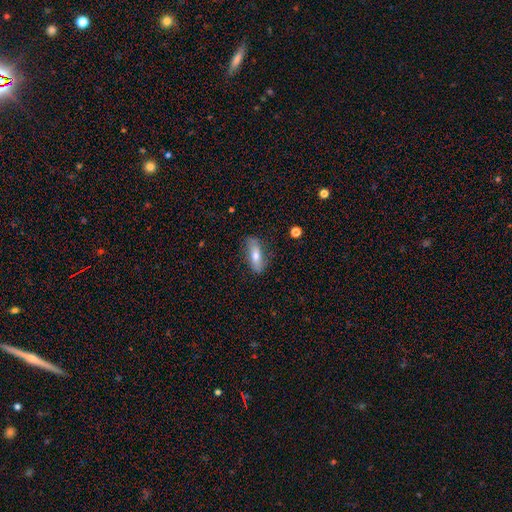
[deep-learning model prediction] Smooth or featured: smooth — 66% (featured or disk — 27%)
How rounded: in between — 64% (cigar-shaped — 33%)
Merging: none — 76% (minor disturbance — 18%)